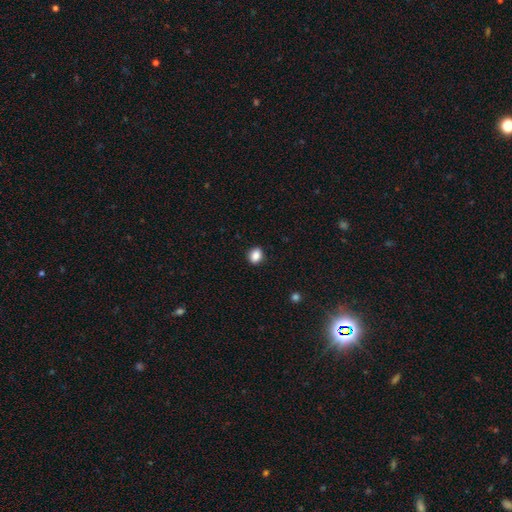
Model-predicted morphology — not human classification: The model was most divided on "how rounded": in between: 55%, round: 44%, cigar-shaped: 1%. More confident: merging — none (89%); smooth or featured — smooth (88%).